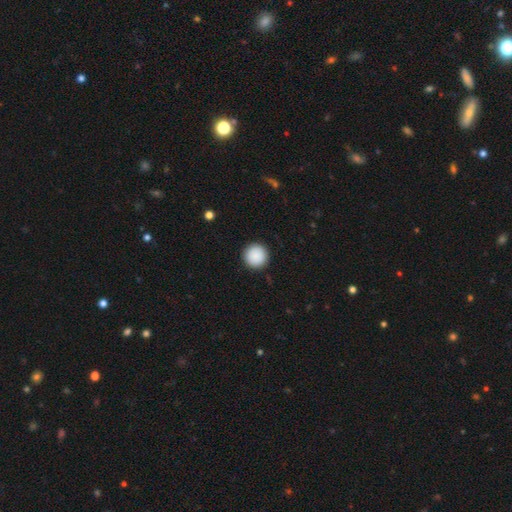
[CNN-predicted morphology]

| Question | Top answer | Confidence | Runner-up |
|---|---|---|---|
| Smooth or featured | smooth | 90% | star or artifact (8%) |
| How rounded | round | 97% | in between (2%) |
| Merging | none | 93% | minor disturbance (4%) |